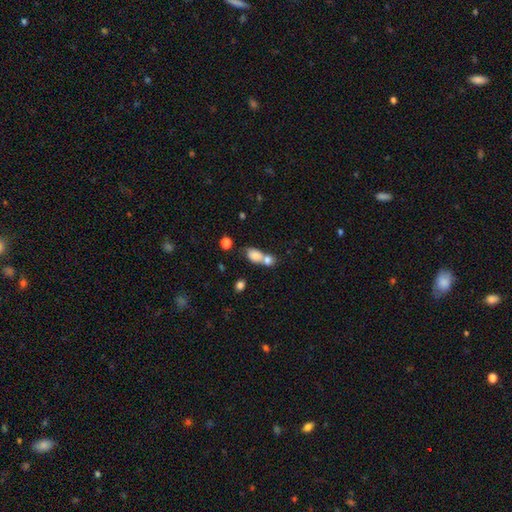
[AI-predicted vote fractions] Morphology: type=smooth (79%); roundness=in between (74%); merging=merger (59%).